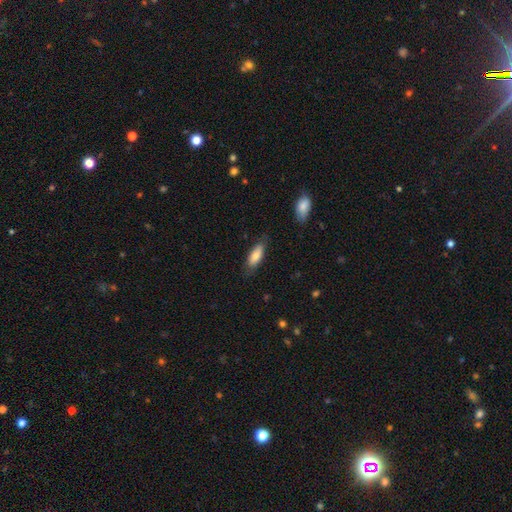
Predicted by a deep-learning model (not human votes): Smooth or featured? smooth (79%)
How rounded? in between (73%)
Merging? none (75%)